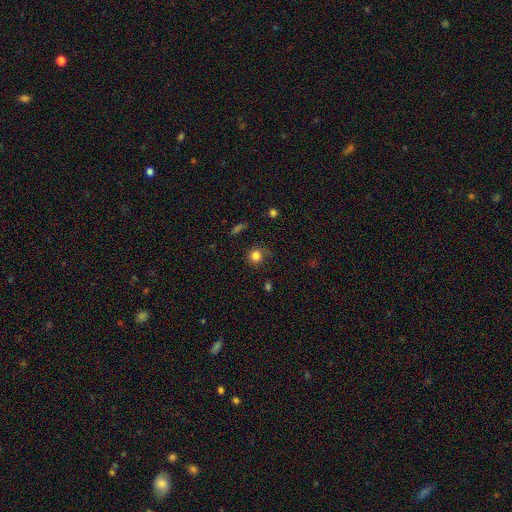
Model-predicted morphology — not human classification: Q: Smooth or featured?
A: smooth (82%); runner-up: star or artifact (13%)
Q: How rounded?
A: round (90%); runner-up: in between (9%)
Q: Merging?
A: none (78%); runner-up: minor disturbance (15%)